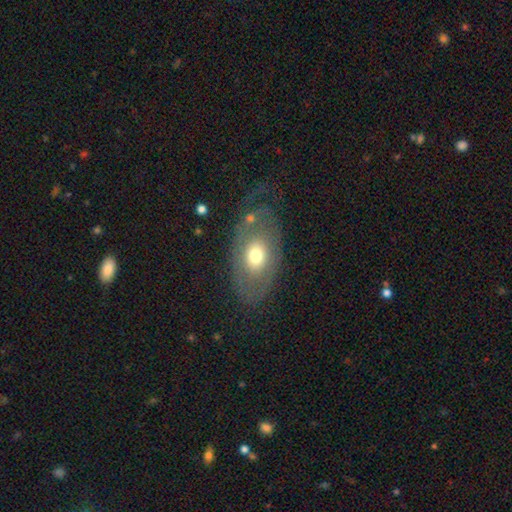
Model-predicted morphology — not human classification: Smooth or featured: smooth — 49% (featured or disk — 43%)
Merging: none — 68% (minor disturbance — 17%)